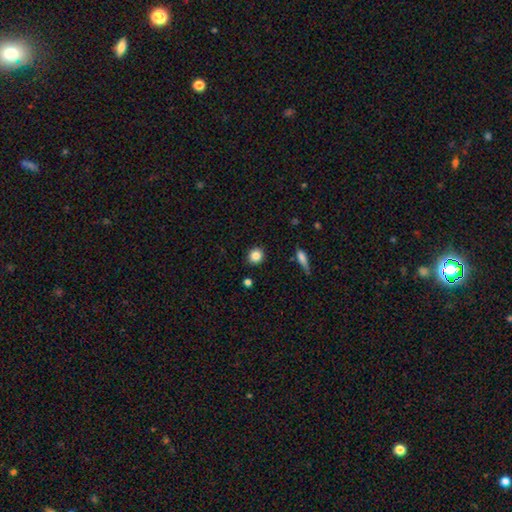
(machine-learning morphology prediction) smooth_or_featured: smooth (p=0.85) [alt: star or artifact p=0.09]
how_rounded: round (p=0.84) [alt: in between p=0.15]
merging: none (p=0.90) [alt: minor disturbance p=0.07]